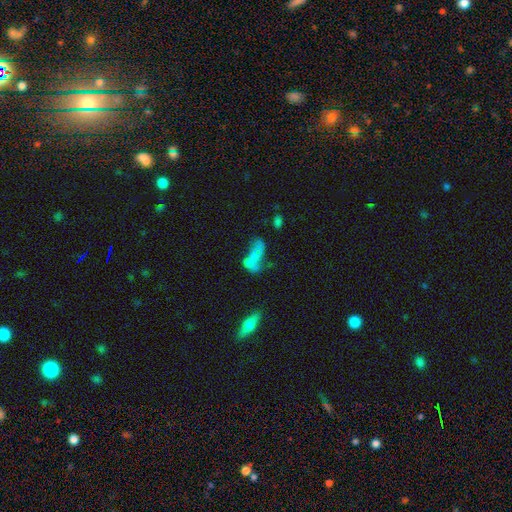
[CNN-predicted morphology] A smooth galaxy with no disk features (54%) that is in between round and cigar-shaped (78%). Merging: merger (58%).